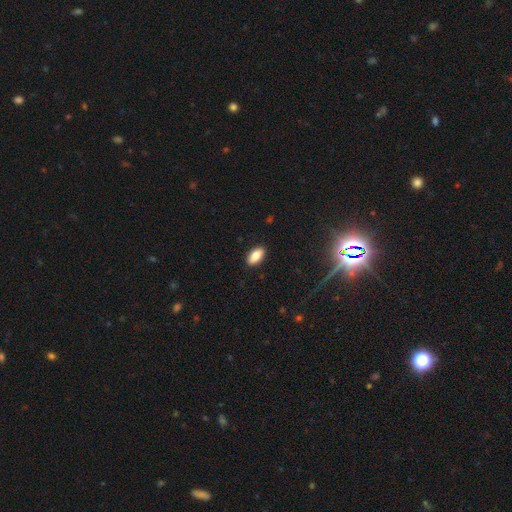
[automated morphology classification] Smooth or featured? Predicted: smooth (p=0.84). How rounded? Predicted: in between (p=0.91). Merging? Predicted: none (p=0.89).